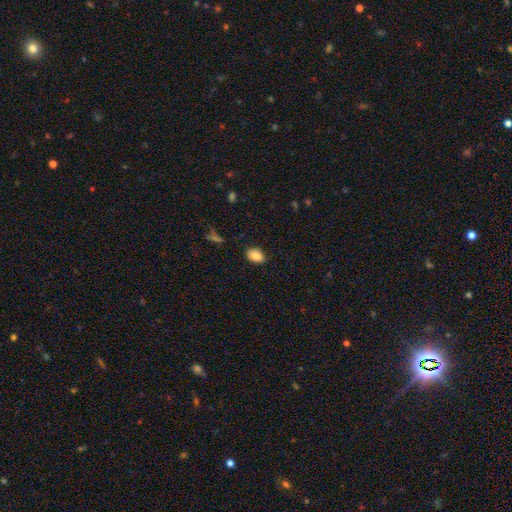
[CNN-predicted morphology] The model was most divided on "how rounded": in between: 86%, round: 13%, cigar-shaped: 2%. More confident: merging — none (85%); smooth or featured — smooth (84%).